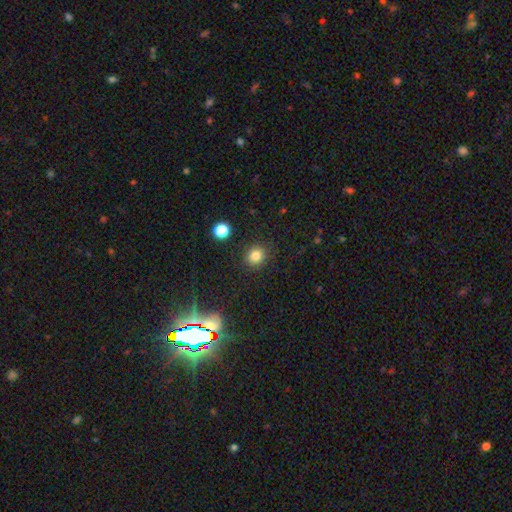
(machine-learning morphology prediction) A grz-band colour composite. It shows a smooth galaxy with no disk features (82%) that is round (84%). Merging: none (89%).